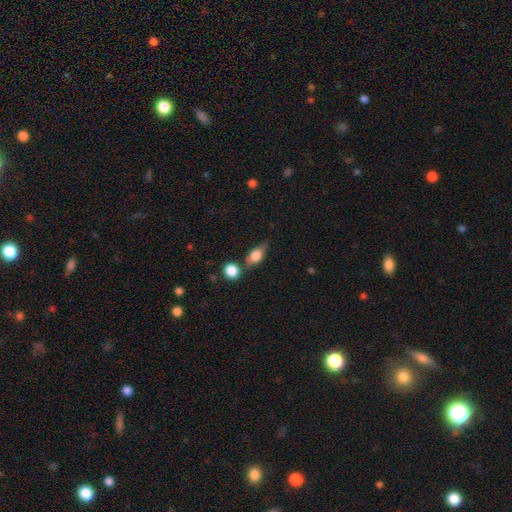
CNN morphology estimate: This appears to be a smooth galaxy with no disk features (70%) that is in between round and cigar-shaped (73%). Merging: none (54%).